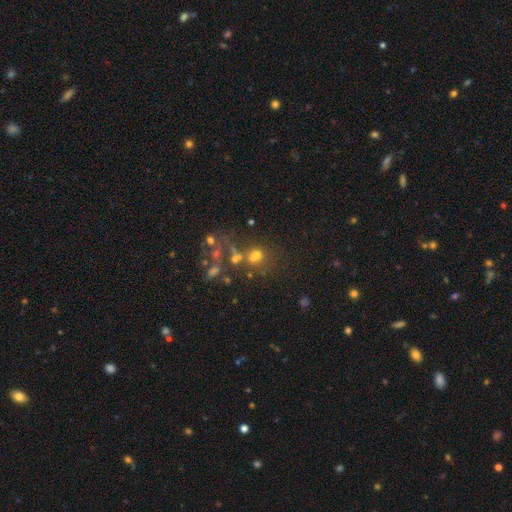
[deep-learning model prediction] Smooth or featured: smooth — 48% (star or artifact — 28%)
Merging: none — 44% (merger — 35%)